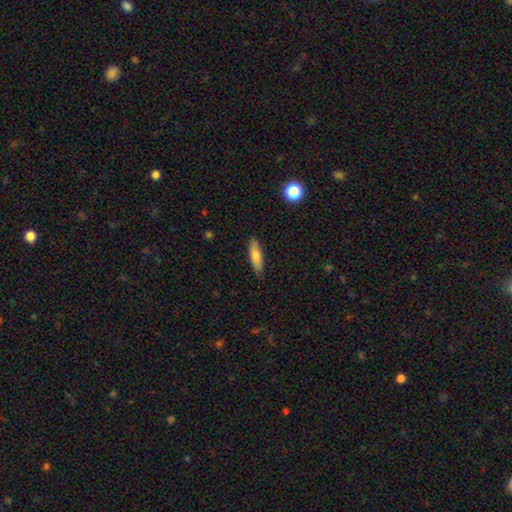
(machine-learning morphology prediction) smooth 73%, featured or disk 21%, star or artifact 6%. Down the decision tree: how rounded — cigar-shaped (63%); merging — none (87%).